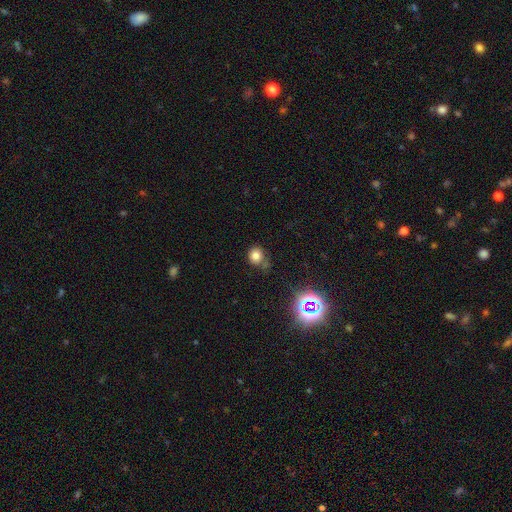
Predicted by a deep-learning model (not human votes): Smooth or featured? Predicted: smooth (p=0.75). How rounded? Predicted: round (p=0.76). Merging? Predicted: none (p=0.65).